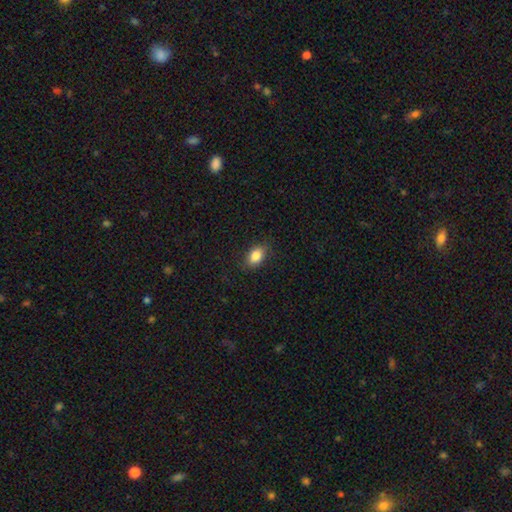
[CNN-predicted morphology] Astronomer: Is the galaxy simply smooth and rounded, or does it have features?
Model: smooth — 85%.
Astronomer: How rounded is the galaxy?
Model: in between — 83%.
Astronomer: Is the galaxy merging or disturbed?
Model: none — 85%.